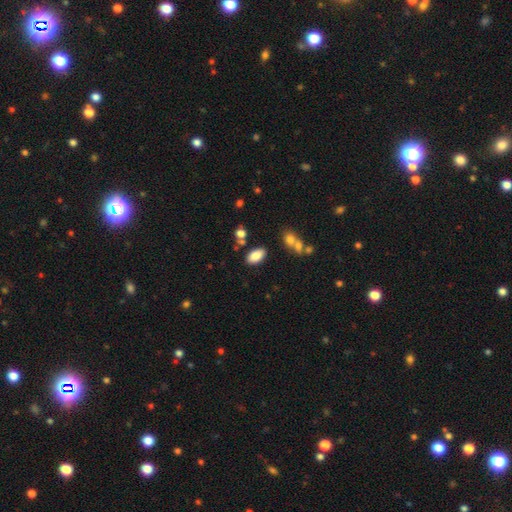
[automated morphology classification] This appears to be a smooth galaxy with no disk features (85%) that is in between round and cigar-shaped (93%). Merging: none (80%).